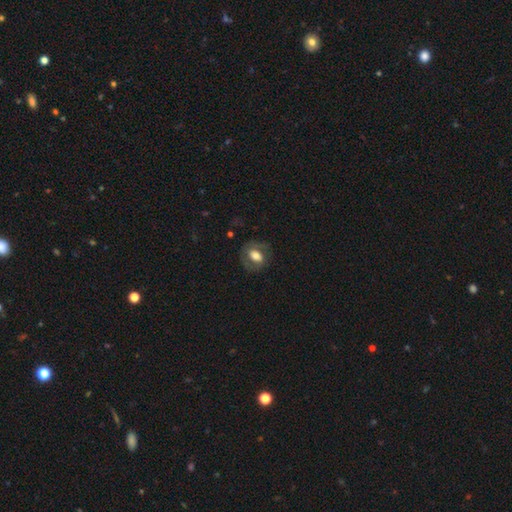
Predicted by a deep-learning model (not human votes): Morphology: type=smooth (55%); roundness=in between (62%); merging=none (70%).